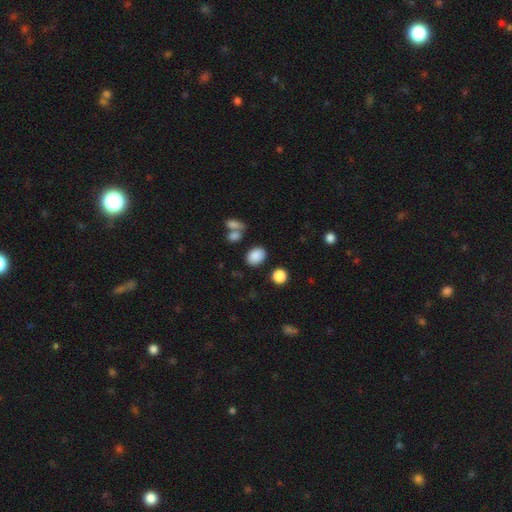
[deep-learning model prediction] Q: Smooth or featured?
A: smooth (86%); runner-up: star or artifact (9%)
Q: How rounded?
A: in between (71%); runner-up: round (28%)
Q: Merging?
A: none (78%); runner-up: minor disturbance (10%)